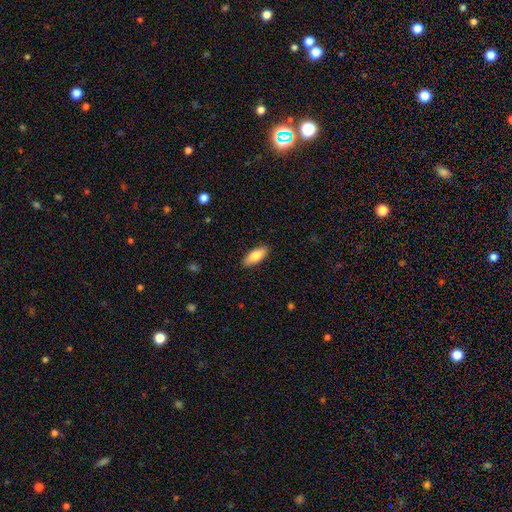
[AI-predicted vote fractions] Smooth or featured? smooth (83%)
How rounded? in between (78%)
Merging? none (89%)